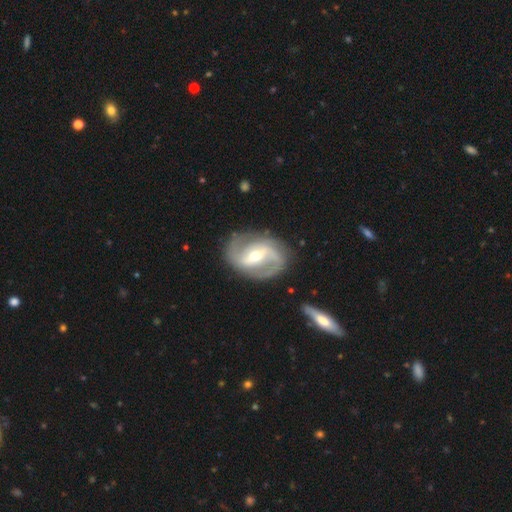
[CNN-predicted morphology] type=featured or disk (88%); edge-on=no (97%); bar=strong (45%); spiral arms=yes (95%); winding=medium (52%); arm count=2 (87%); bulge=moderate (56%); merging=none (80%).